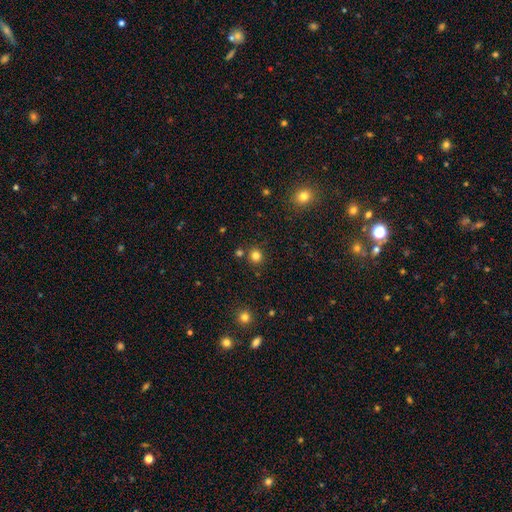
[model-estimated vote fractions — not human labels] smooth 81%, star or artifact 15%, featured or disk 5%. Down the decision tree: how rounded — round (91%); merging — none (84%).